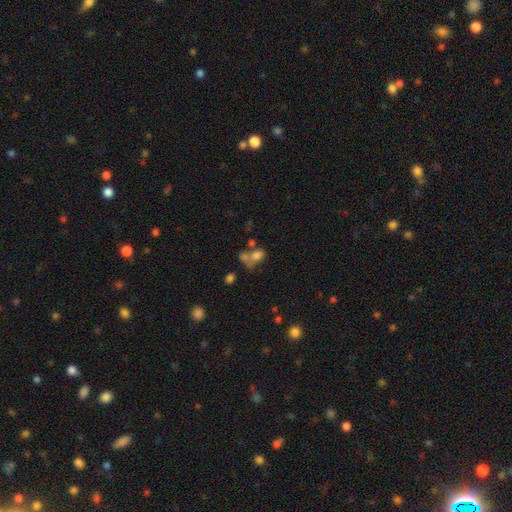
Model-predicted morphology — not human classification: Smooth or featured: smooth — 67% (featured or disk — 18%)
How rounded: in between — 67% (round — 31%)
Merging: merger — 48% (none — 28%)